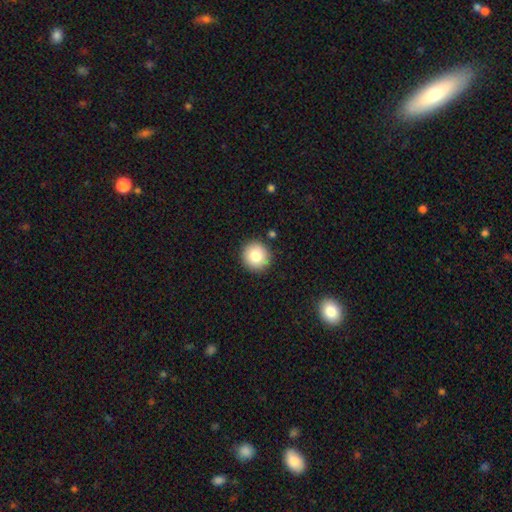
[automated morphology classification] smooth-or-featured: smooth: 81% | featured or disk: 10% | star or artifact: 9%
  how-rounded: round: 94% | in between: 5% | cigar-shaped: 1%
  merging: none: 90% | minor disturbance: 7% | merger: 2% | major disturbance: 2%